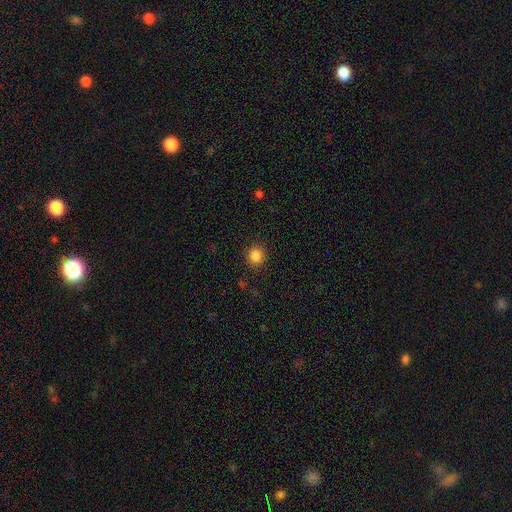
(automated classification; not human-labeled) This appears to be a smooth galaxy with no disk features (85%) that is round (88%). Merging: none (90%).